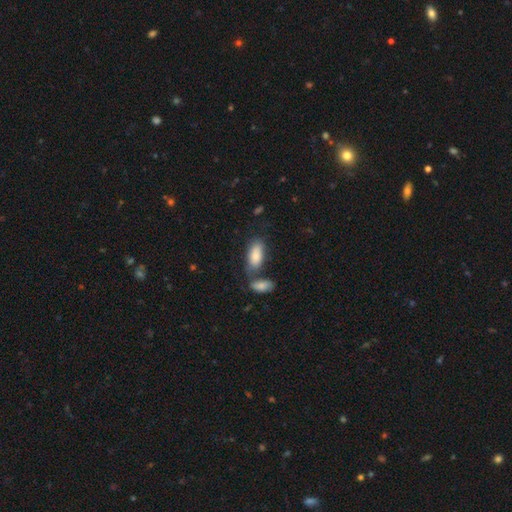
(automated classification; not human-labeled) A smooth galaxy with no disk features (83%) that is in between round and cigar-shaped (89%). Merging: none (50%).